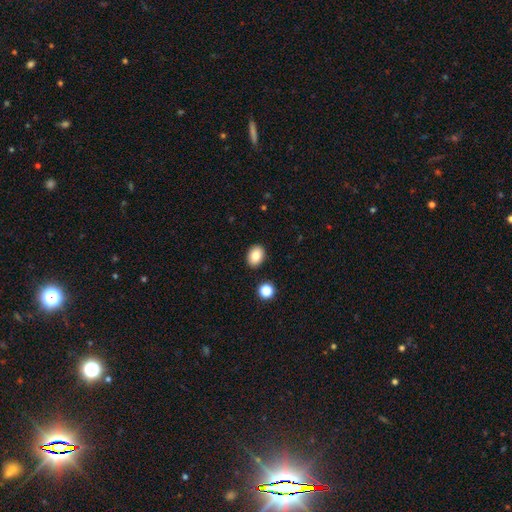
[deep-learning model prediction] The model was most divided on "how rounded": in between: 69%, round: 30%, cigar-shaped: 1%. More confident: merging — none (89%); smooth or featured — smooth (83%).